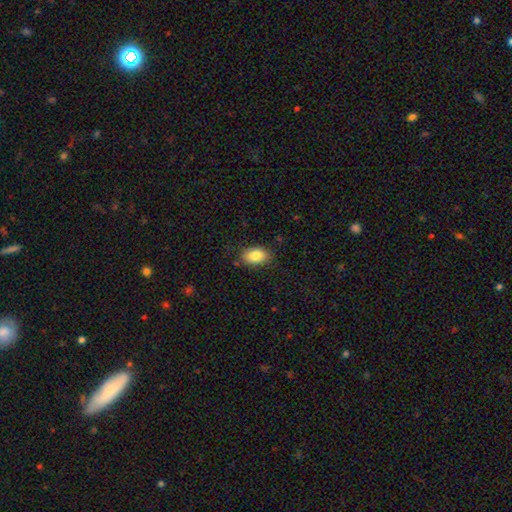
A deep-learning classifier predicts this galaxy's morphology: Overall: smooth (84%). How rounded: in between (88%). Merging: none (83%).